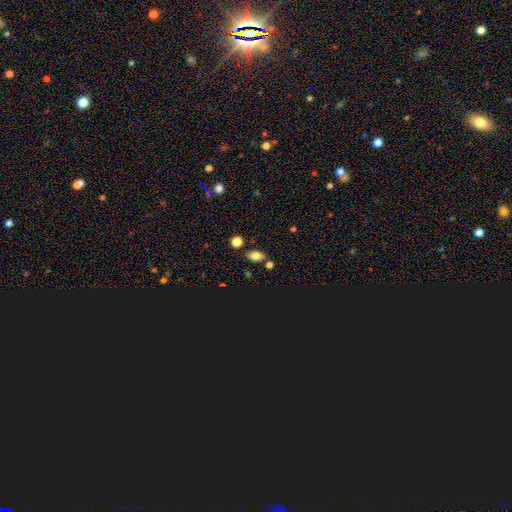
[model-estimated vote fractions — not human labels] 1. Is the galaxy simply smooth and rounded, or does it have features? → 74% smooth, 14% star or artifact, 12% featured or disk.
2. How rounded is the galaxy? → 86% in between, 10% round, 4% cigar-shaped.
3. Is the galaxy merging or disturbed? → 78% none, 11% minor disturbance, 8% merger, 3% major disturbance.